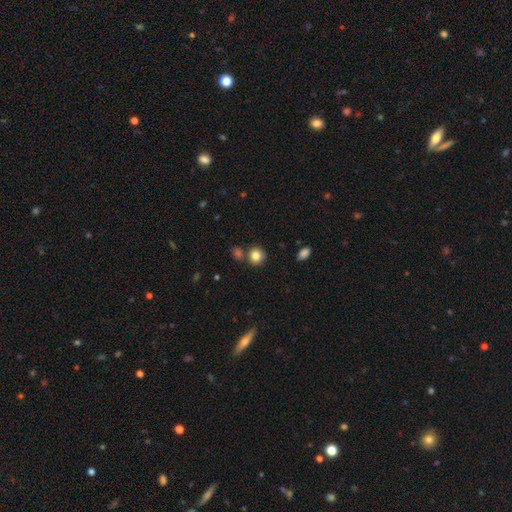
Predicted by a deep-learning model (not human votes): Smooth or featured? smooth (83%)
How rounded? round (85%)
Merging? none (75%)